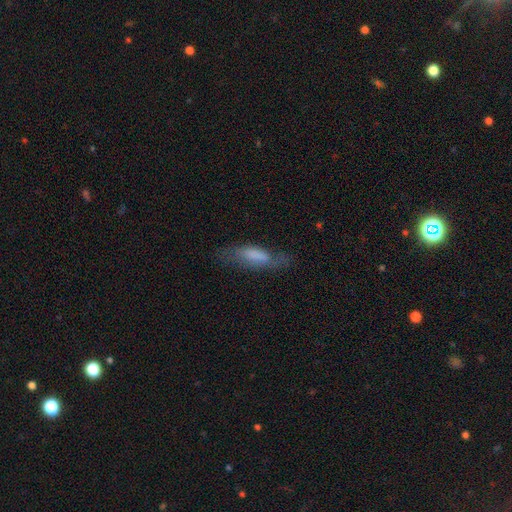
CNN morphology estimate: This is likely a smooth galaxy (61%). How rounded: possibly cigar-shaped (52%). Merging: likely none (60%).